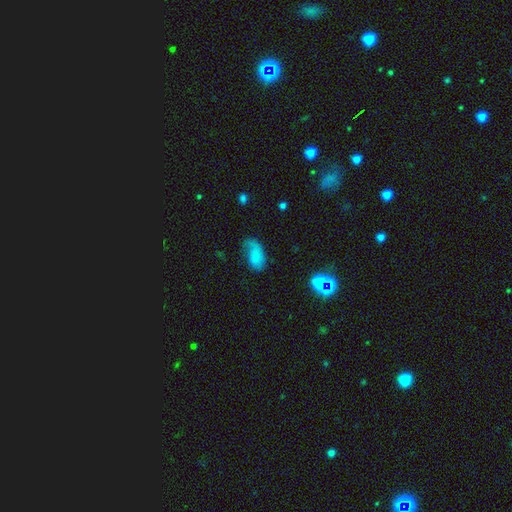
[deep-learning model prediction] smooth-or-featured: smooth: 57% | featured or disk: 32% | star or artifact: 10%
  how-rounded: in between: 91% | round: 7% | cigar-shaped: 2%
  merging: none: 36% | major disturbance: 32% | minor disturbance: 28% | merger: 3%